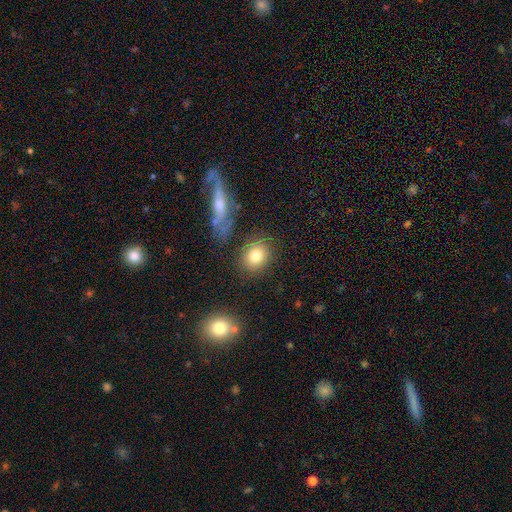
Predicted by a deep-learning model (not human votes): Smooth or featured?
  - smooth: 80% *
  - featured or disk: 10%
  - star or artifact: 10%
How rounded?
  - round: 70% *
  - in between: 28%
  - cigar-shaped: 2%
Merging?
  - none: 79% *
  - minor disturbance: 11%
  - merger: 5%
  - major disturbance: 4%